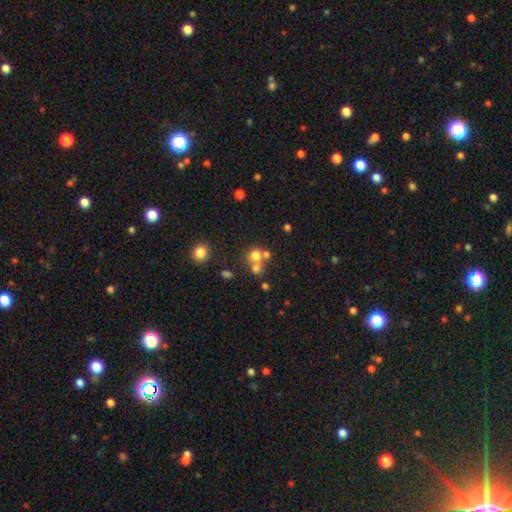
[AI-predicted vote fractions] This appears to be a smooth galaxy with no disk features (68%) that is round (82%). Merging: merger (48%).